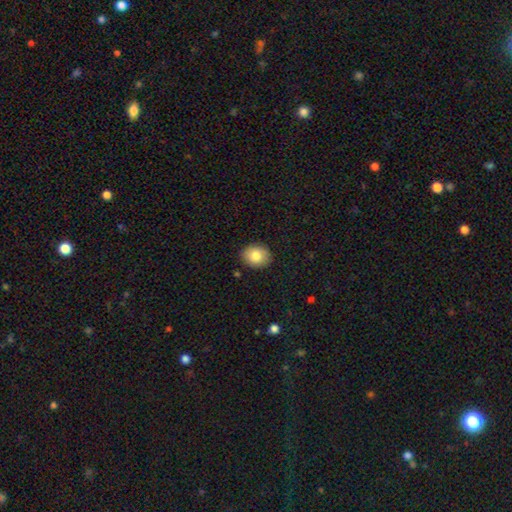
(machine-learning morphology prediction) smooth 83%, featured or disk 9%, star or artifact 8%. Down the decision tree: how rounded — round (57%); merging — none (89%).